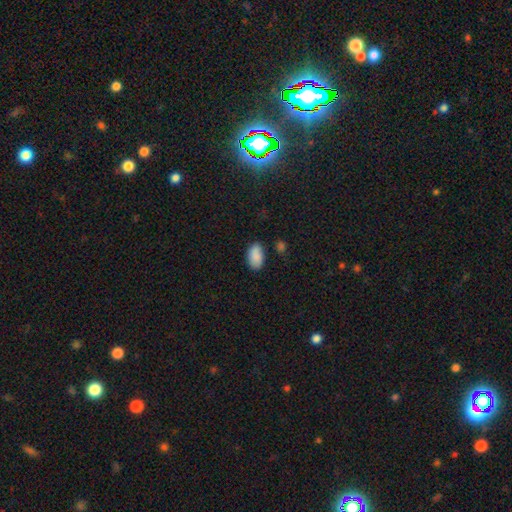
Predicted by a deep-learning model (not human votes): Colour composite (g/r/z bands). It shows a smooth galaxy with no disk features (89%) that is in between round and cigar-shaped (93%). Merging: none (77%).